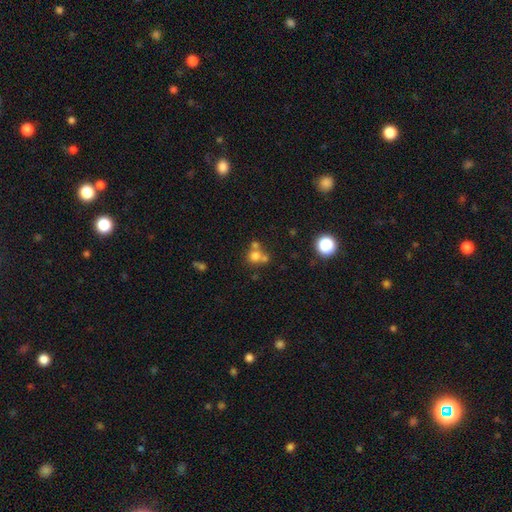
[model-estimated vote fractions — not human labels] Q: Smooth or featured?
A: smooth (69%); runner-up: star or artifact (17%)
Q: How rounded?
A: round (85%); runner-up: in between (14%)
Q: Merging?
A: merger (46%); runner-up: none (43%)